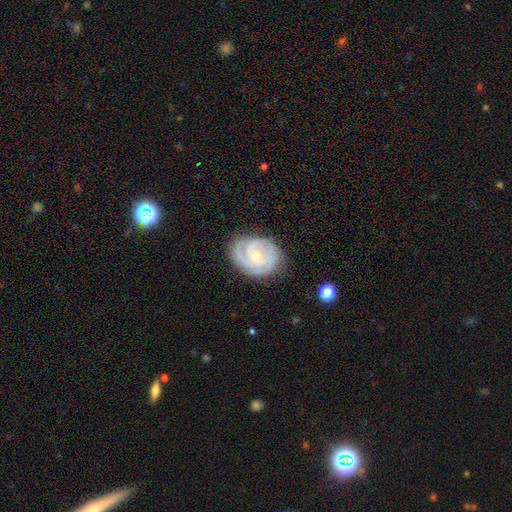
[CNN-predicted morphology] Overall: featured or disk (87%). Edge-on disk: no (97%). Bar: no (68%). Spiral arms: yes (97%). Spiral arm count: 3 (36%; 2 27%). Spiral winding: tight (73%). Bulge size: small (54%; moderate 43%). Merging: none (76%).